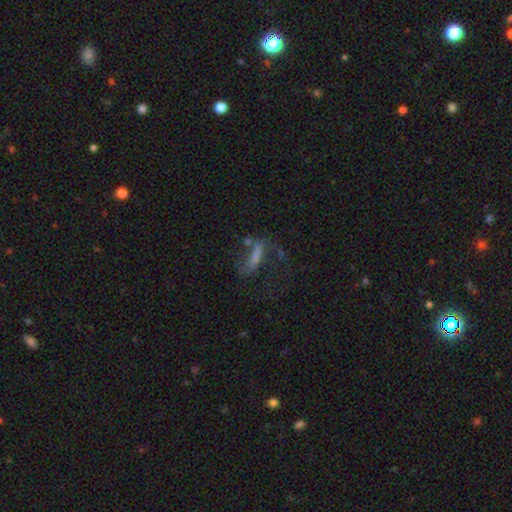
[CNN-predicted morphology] Smooth or featured: featured or disk — 48% (smooth — 33%)
Merging: none — 41% (major disturbance — 33%)